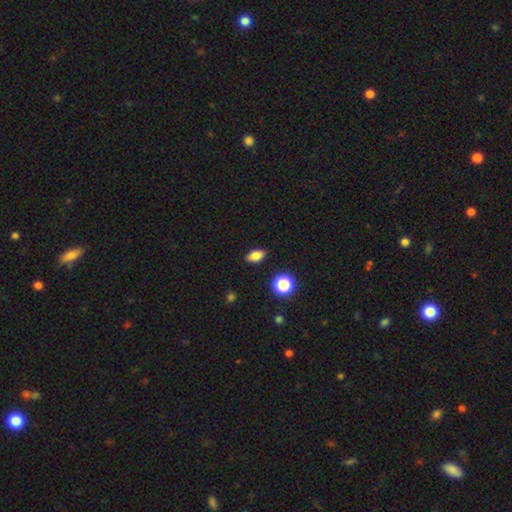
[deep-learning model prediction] This appears to be a smooth galaxy with no disk features (83%) that is in between round and cigar-shaped (84%). Merging: none (88%).